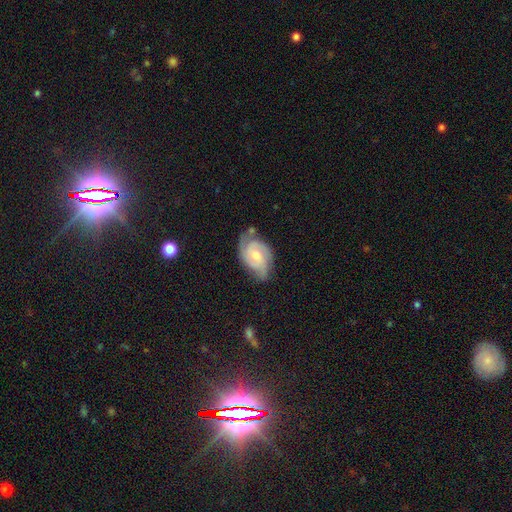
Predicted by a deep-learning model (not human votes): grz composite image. It shows a featured or disk galaxy (77%) with no bar (52%), 2 (57%) tight (50%) spiral arms (95%) and a moderate central bulge (50%). Merging: none (60%).